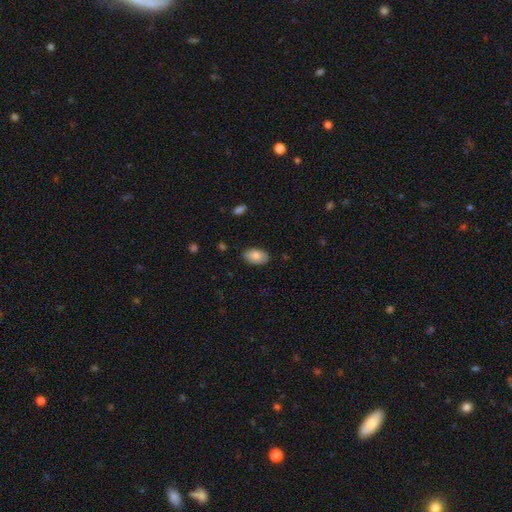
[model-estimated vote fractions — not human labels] Morphology: type=smooth (82%); roundness=in between (94%); merging=none (85%).